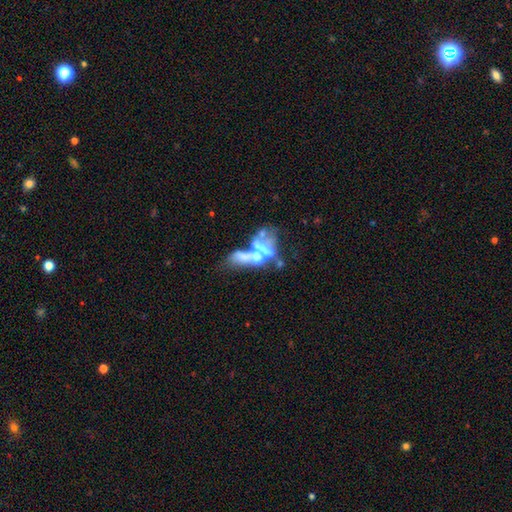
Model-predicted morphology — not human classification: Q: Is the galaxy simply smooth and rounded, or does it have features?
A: featured or disk — 56%.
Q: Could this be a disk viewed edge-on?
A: no — 89%.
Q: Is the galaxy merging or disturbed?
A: merger — 58%.